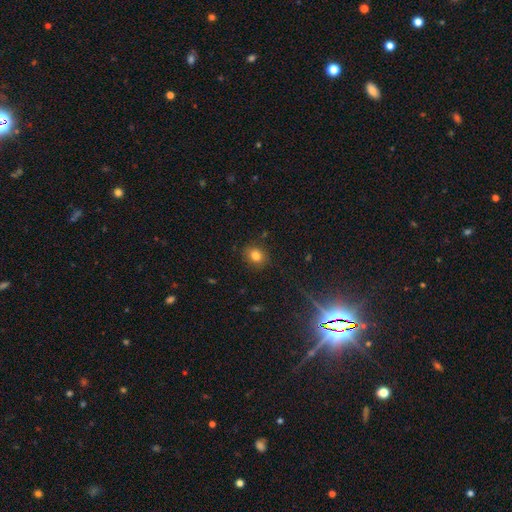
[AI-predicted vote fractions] Smooth or featured: smooth — 81% (star or artifact — 12%)
How rounded: round — 59% (in between — 40%)
Merging: none — 86% (minor disturbance — 10%)